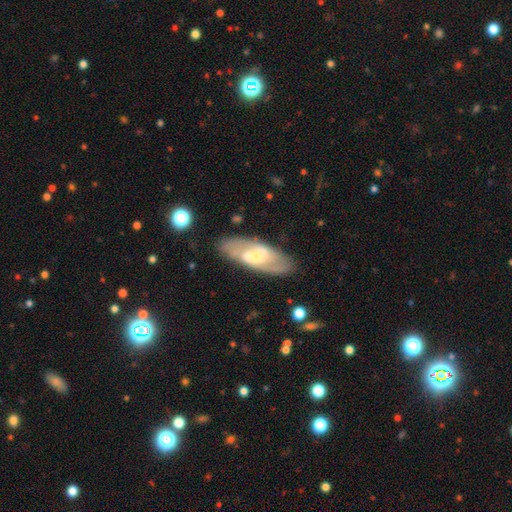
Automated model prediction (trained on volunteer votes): Smooth or featured: featured or disk — 74% (smooth — 21%)
Edge-on disk: no — 90% (yes — 10%)
Bar: weak — 47% (strong — 27%)
Spiral arms: yes — 86% (no — 14%)
Spiral winding: medium — 47% (tight — 30%)
Spiral arm count: 2 — 76% (can't tell — 15%)
Bulge size: small — 46% (moderate — 40%)
Merging: none — 80% (minor disturbance — 13%)